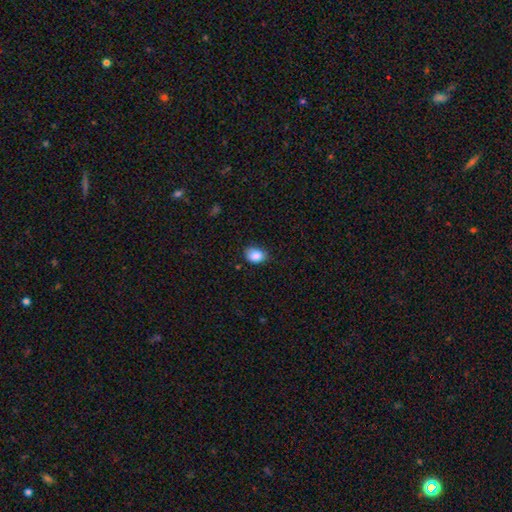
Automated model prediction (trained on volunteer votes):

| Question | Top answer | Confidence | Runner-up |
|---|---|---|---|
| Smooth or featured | smooth | 87% | star or artifact (8%) |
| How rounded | in between | 74% | round (25%) |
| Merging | none | 72% | minor disturbance (23%) |